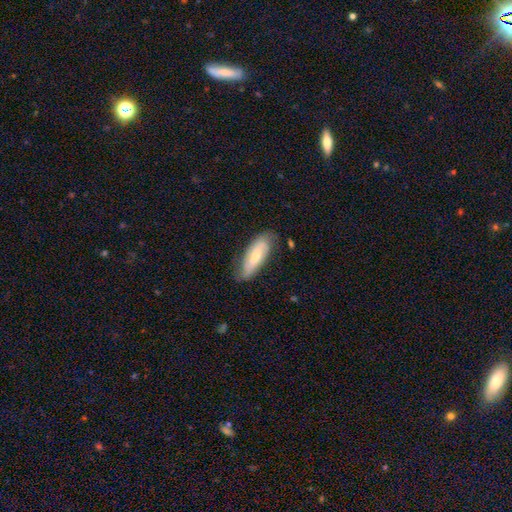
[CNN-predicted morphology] A smooth galaxy with no disk features (49%).

Vote fractions:
- Smooth or featured? smooth: 49% / featured or disk: 45% / star or artifact: 6%
- Merging? none: 70% / minor disturbance: 23% / major disturbance: 5% / merger: 2%